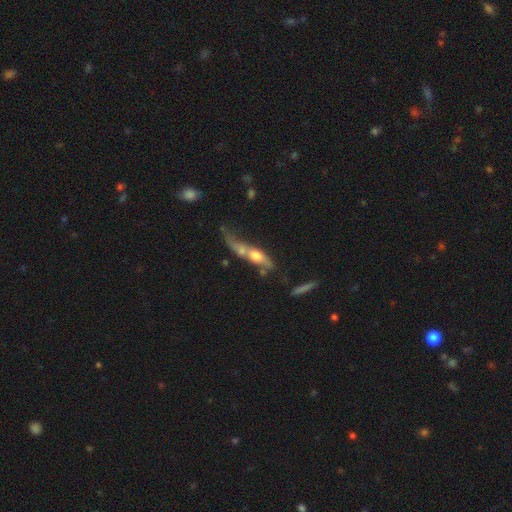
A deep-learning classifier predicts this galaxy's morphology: A smooth galaxy with no disk features (48%).

Vote fractions:
- Smooth or featured? smooth: 48% / featured or disk: 44% / star or artifact: 8%
- Merging? merger: 50% / major disturbance: 19% / none: 18% / minor disturbance: 13%